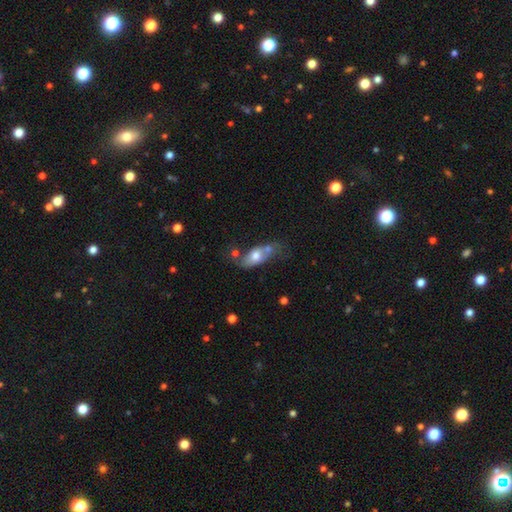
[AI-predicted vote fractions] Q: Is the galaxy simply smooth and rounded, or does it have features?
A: smooth — 61%.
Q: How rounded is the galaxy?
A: in between — 80%.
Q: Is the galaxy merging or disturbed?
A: none — 38%.